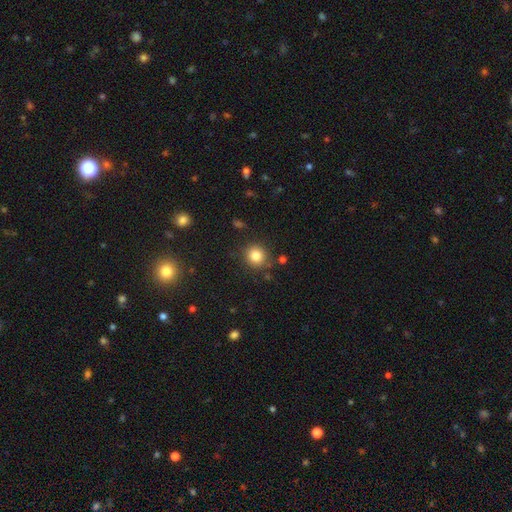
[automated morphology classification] Overall: smooth (83%). How rounded: round (89%). Merging: none (85%).